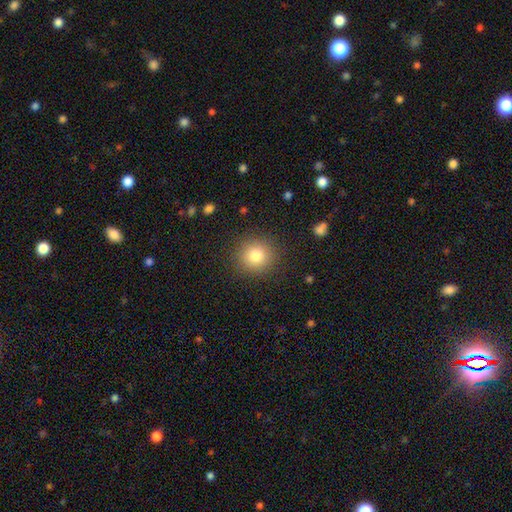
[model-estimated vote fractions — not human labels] A smooth galaxy with no disk features (81%) that is round (92%). Merging: none (89%).